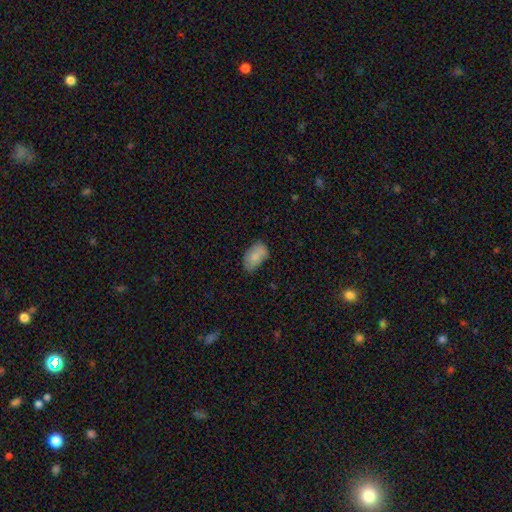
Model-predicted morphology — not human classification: This is clearly a smooth galaxy (82%). How rounded: clearly in between (92%). Merging: likely none (65%).